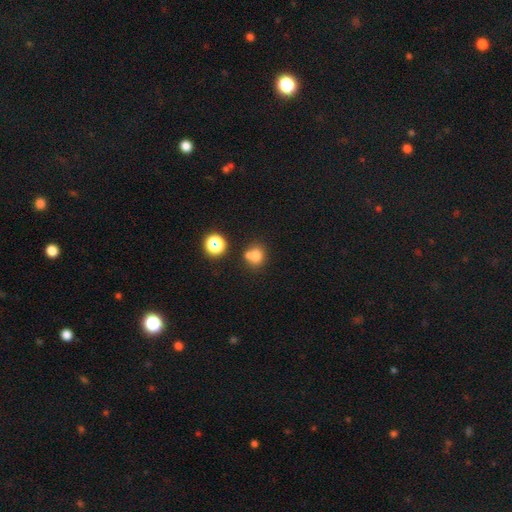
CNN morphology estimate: Smooth or featured: smooth — 74% (star or artifact — 15%)
How rounded: round — 77% (in between — 22%)
Merging: none — 51% (merger — 35%)